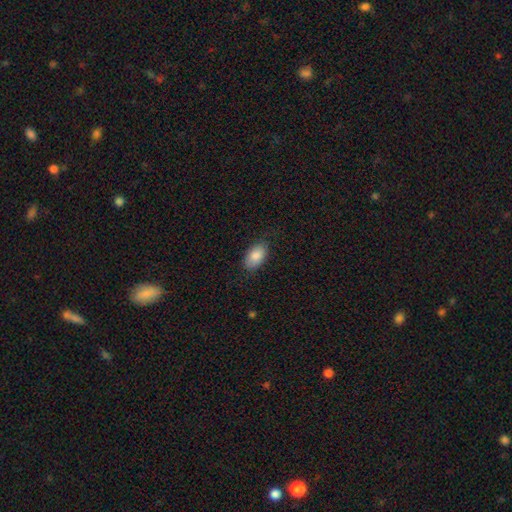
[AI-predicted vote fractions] Smooth or featured? Predicted: smooth (p=0.85). How rounded? Predicted: in between (p=0.93). Merging? Predicted: none (p=0.80).